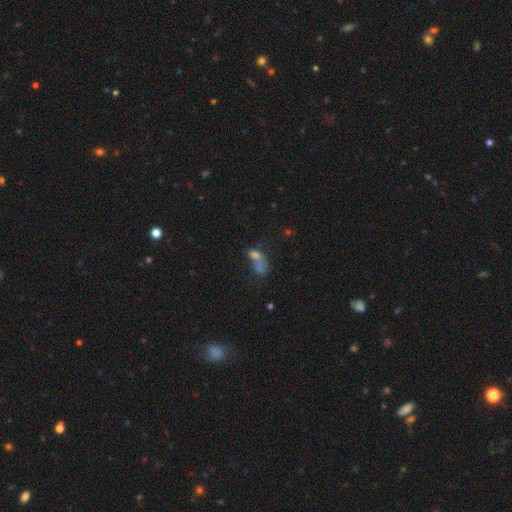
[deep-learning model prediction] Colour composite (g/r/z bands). It shows a smooth galaxy with no disk features (58%) that is in between round and cigar-shaped (67%). Merging: merger (57%).